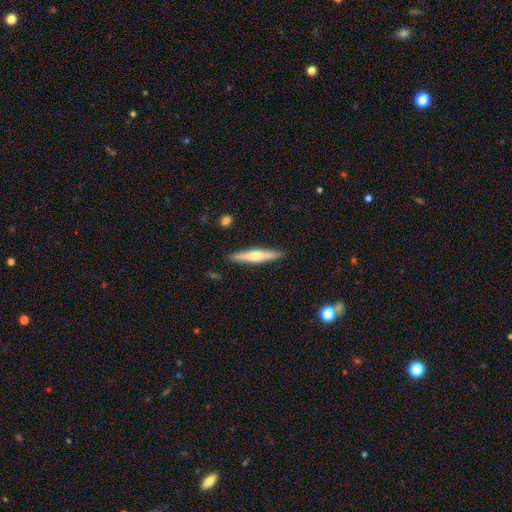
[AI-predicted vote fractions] This is possibly a featured or disk galaxy (52%). It is clearly viewed edge-on (96%). Edge-on bulge: clearly rounded (88%). Merging: clearly none (90%).